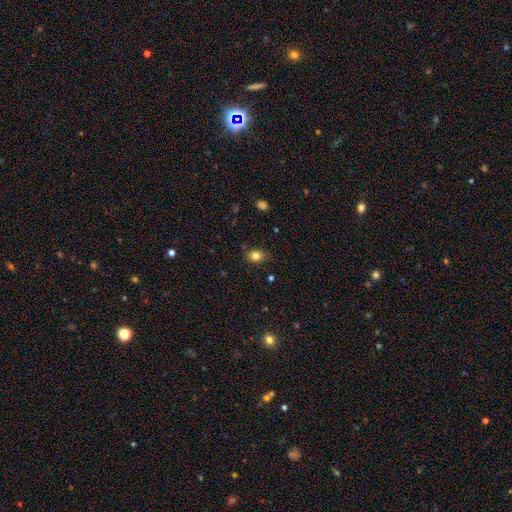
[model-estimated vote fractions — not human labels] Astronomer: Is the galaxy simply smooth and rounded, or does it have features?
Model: smooth — 82%.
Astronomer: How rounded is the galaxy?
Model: in between — 61% (runner-up: round, 38%).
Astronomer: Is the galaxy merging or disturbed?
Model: none — 77%.